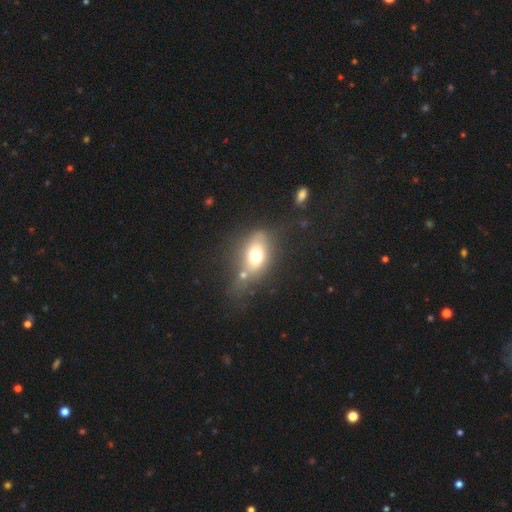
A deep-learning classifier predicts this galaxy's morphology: A smooth galaxy with no disk features (65%) that is in between round and cigar-shaped (77%). Merging: none (48%).